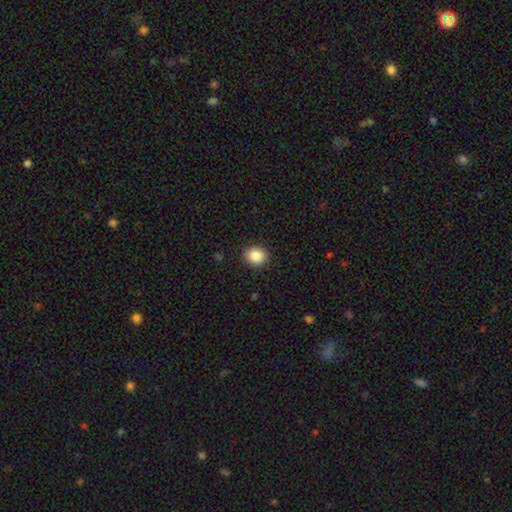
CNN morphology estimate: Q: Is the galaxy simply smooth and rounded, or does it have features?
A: smooth — 87%.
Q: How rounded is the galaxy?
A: round — 69%.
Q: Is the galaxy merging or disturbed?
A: none — 90%.